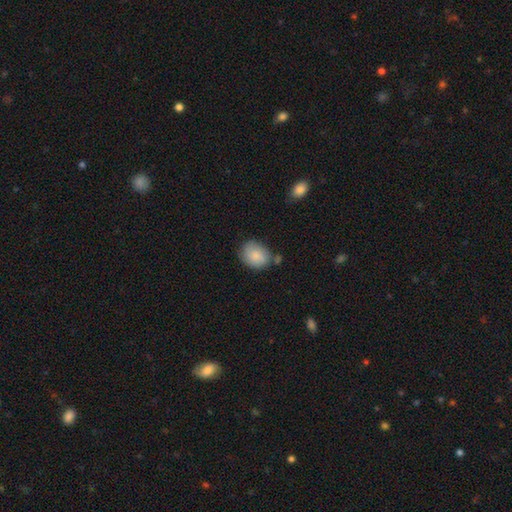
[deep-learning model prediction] A smooth galaxy with no disk features (85%) that is in between round and cigar-shaped (59%).

Vote fractions:
- Smooth or featured? smooth: 85% / featured or disk: 9% / star or artifact: 7%
- How rounded? in between: 59% / round: 40% / cigar-shaped: 1%
- Merging? none: 62% / minor disturbance: 23% / merger: 9% / major disturbance: 5%